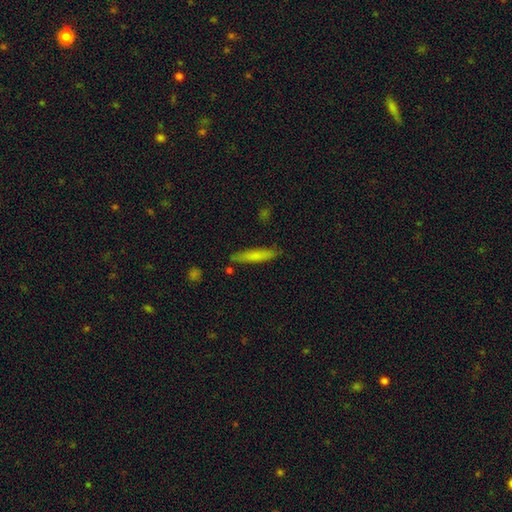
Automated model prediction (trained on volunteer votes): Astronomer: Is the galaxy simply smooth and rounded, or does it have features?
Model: smooth — 73%.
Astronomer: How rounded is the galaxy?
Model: cigar-shaped — 88%.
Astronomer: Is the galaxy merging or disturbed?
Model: none — 85%.